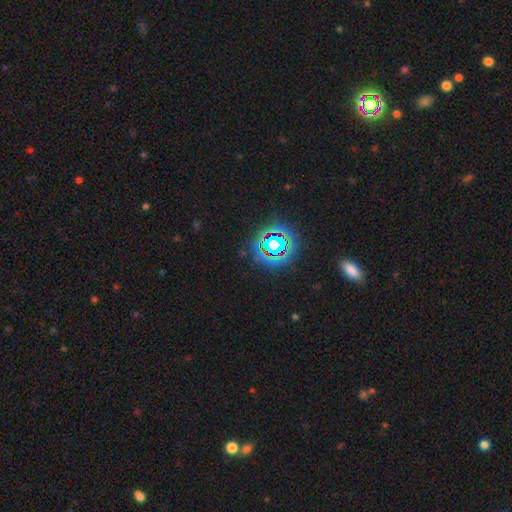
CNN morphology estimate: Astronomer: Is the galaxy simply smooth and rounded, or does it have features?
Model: star or artifact — 73%.